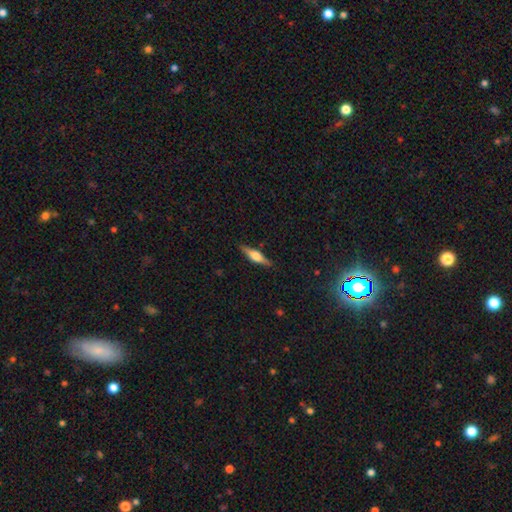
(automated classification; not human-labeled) Smooth or featured? Predicted: featured or disk (p=0.65). Edge-on disk? Predicted: yes (p=0.97). Edge-on bulge? Predicted: rounded (p=0.91). Merging? Predicted: none (p=0.89).